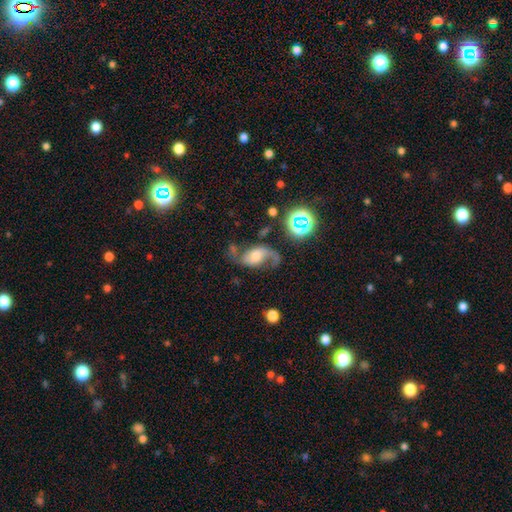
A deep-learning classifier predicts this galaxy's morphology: smooth_or_featured: featured or disk (p=0.74) [alt: smooth p=0.15]
disk_edge_on: no (p=0.96) [alt: yes p=0.04]
bar: no (p=0.53) [alt: weak p=0.35]
has_spiral_arms: yes (p=0.93) [alt: no p=0.07]
spiral_winding: loose (p=0.70) [alt: medium p=0.25]
spiral_arm_count: 2 (p=0.77) [alt: 1 p=0.17]
bulge_size: moderate (p=0.49) [alt: small p=0.23]
merging: none (p=0.48) [alt: major disturbance p=0.23]